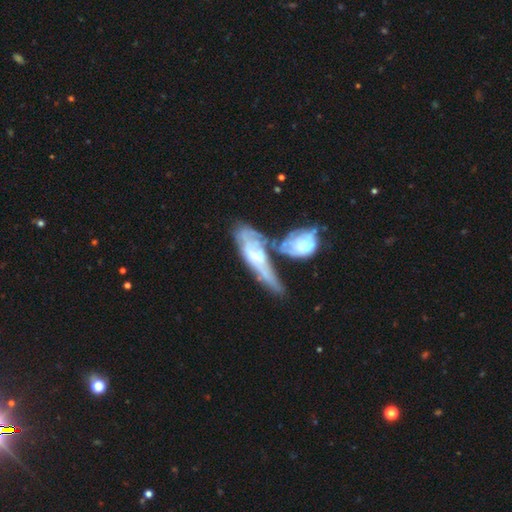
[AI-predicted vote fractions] The model was most divided on "merging": merger: 52%, none: 20%, major disturbance: 14%, minor disturbance: 14%. More confident: edge-on disk — no (71%); smooth or featured — featured or disk (62%).